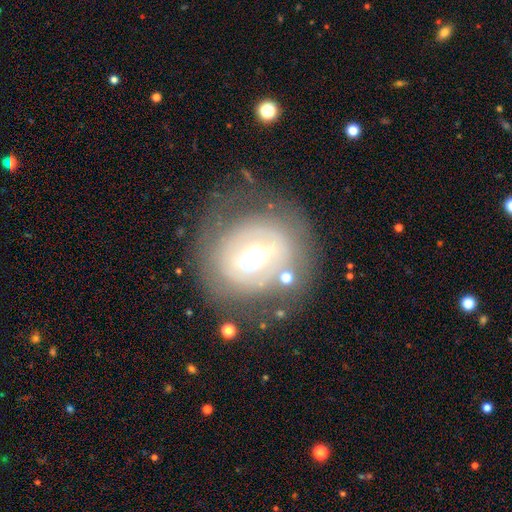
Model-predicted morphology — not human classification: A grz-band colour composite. It shows a featured or disk galaxy (62%) with no bar (42%), no spiral arms (63%) and a moderate central bulge (57%). Merging: none (51%).